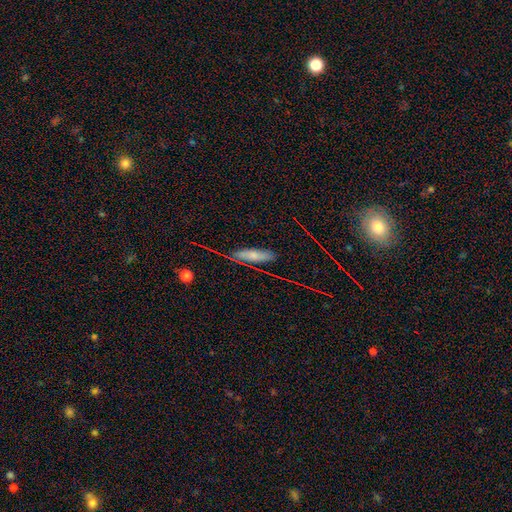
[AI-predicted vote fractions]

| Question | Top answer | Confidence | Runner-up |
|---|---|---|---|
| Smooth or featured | smooth | 66% | featured or disk (21%) |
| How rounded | cigar-shaped | 54% | in between (43%) |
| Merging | none | 73% | minor disturbance (19%) |